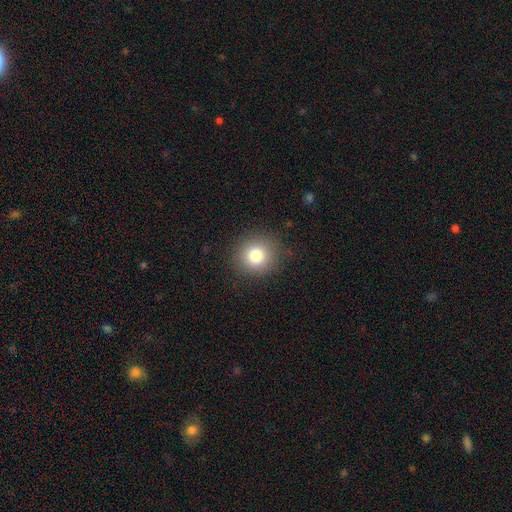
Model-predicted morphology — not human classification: Smooth or featured: smooth — 80% (star or artifact — 12%)
How rounded: round — 90% (in between — 9%)
Merging: none — 87% (minor disturbance — 9%)